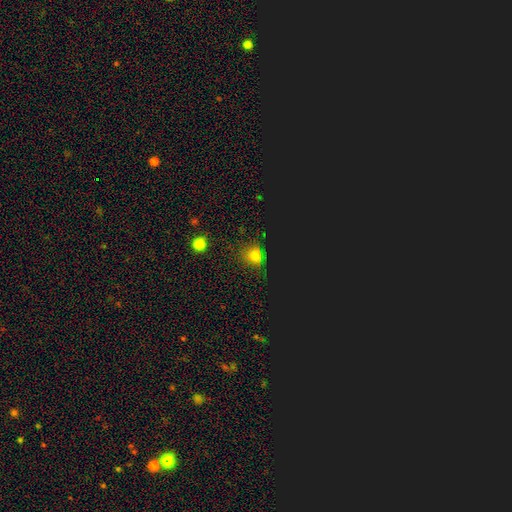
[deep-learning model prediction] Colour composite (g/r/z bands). It shows a smooth galaxy with no disk features (50%) that is round (84%). Merging: none (81%).